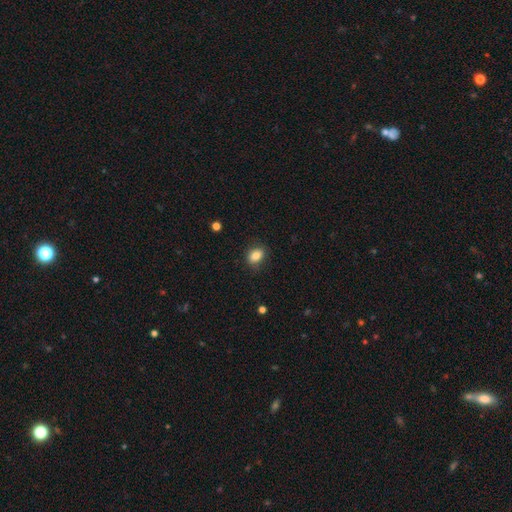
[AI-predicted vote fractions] smooth-or-featured: smooth: 85% | star or artifact: 9% | featured or disk: 6%
  how-rounded: in between: 70% | round: 28% | cigar-shaped: 1%
  merging: none: 80% | minor disturbance: 15% | major disturbance: 4% | merger: 1%